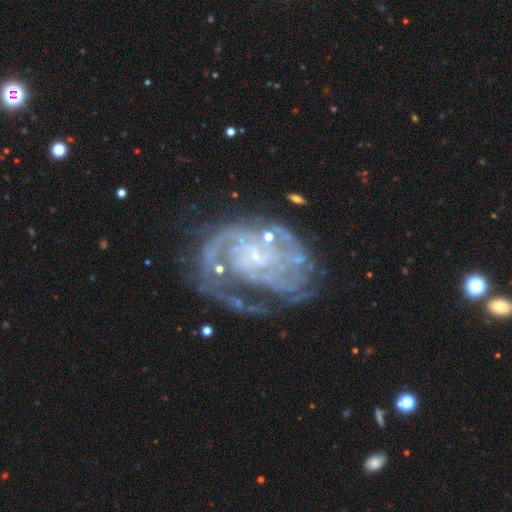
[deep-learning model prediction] Overall: featured or disk (86%). Edge-on disk: no (98%). Bar: no (60%; weak 31%). Spiral arms: yes (89%). Spiral arm count: can't tell (32%; 2 26%). Spiral winding: tight (48%; medium 36%). Bulge size: small (49%; none 34%). Merging: none (43%; major disturbance 31%).